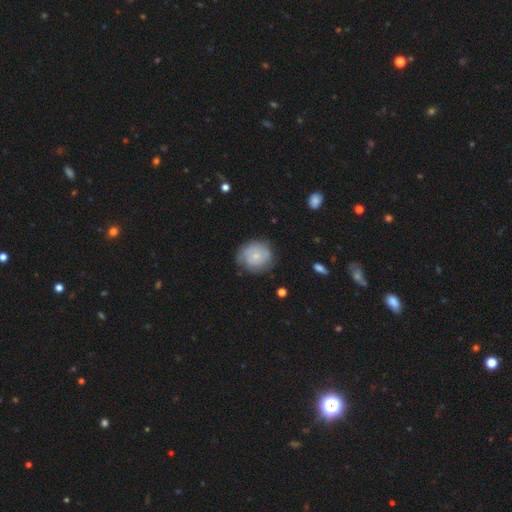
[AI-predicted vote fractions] A smooth galaxy with no disk features (56%) that is round (83%).

Vote fractions:
- Smooth or featured? smooth: 56% / featured or disk: 37% / star or artifact: 7%
- How rounded? round: 83% / in between: 16% / cigar-shaped: 1%
- Merging? none: 67% / minor disturbance: 24% / major disturbance: 8% / merger: 2%